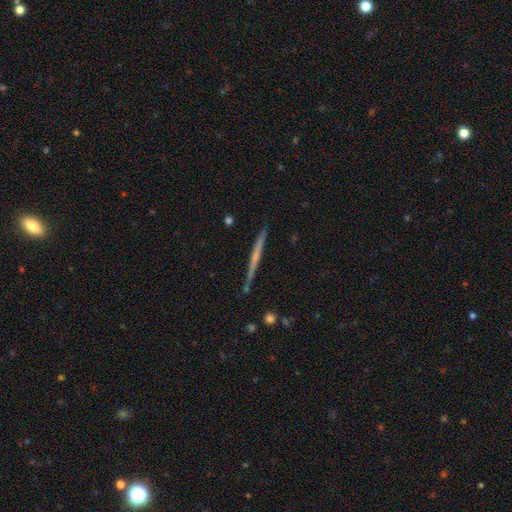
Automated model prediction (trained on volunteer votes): Overall: featured or disk (61%; smooth 33%). Edge-on disk: yes (98%). Edge-on bulge: none (71%). Merging: none (89%).